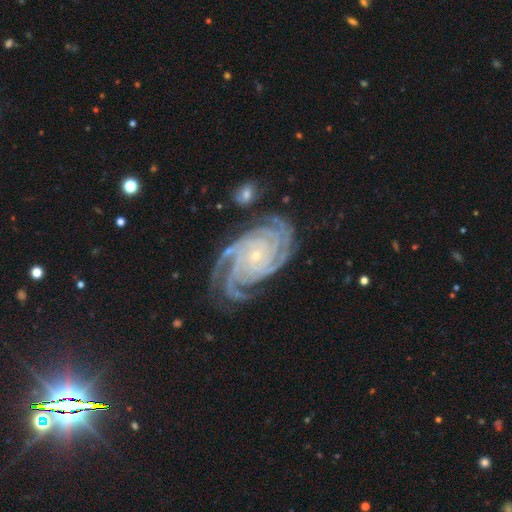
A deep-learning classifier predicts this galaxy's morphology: Smooth or featured? featured or disk (93%)
Edge-on disk? no (98%)
Bar? no (76%)
Spiral arms? yes (99%)
Spiral winding? tight (83%)
Spiral arm count? 4 (42%)
Bulge size? small (83%)
Merging? none (72%)